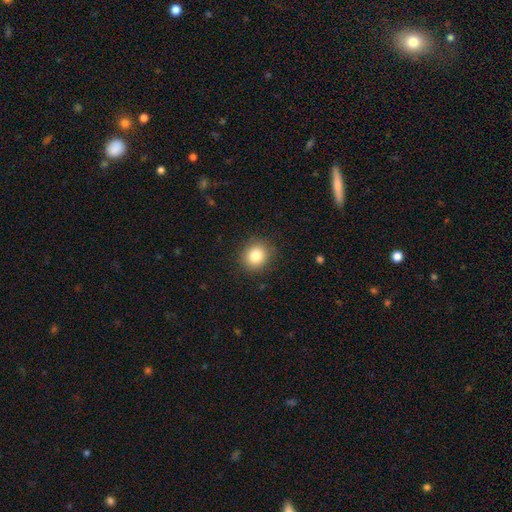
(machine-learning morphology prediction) smooth-or-featured: smooth: 83% | star or artifact: 10% | featured or disk: 7%
  how-rounded: round: 83% | in between: 16% | cigar-shaped: 1%
  merging: none: 89% | minor disturbance: 8% | major disturbance: 3% | merger: 1%